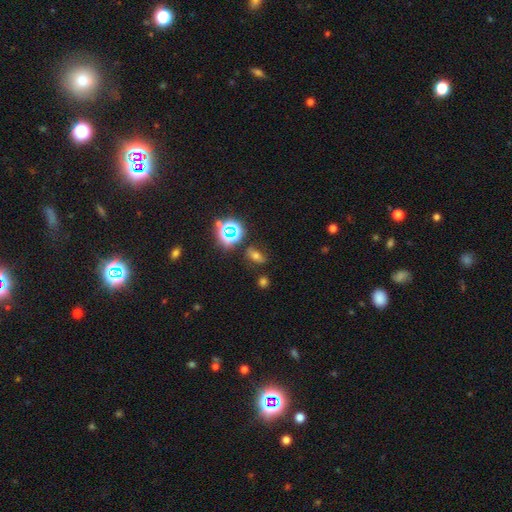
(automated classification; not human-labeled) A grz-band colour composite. It shows a smooth galaxy with no disk features (53%) that is in between round and cigar-shaped (72%). Merging: none (77%).